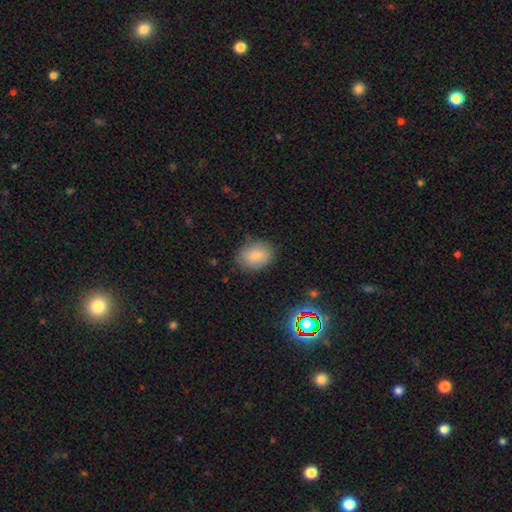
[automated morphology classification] A smooth galaxy with no disk features (82%) that is in between round and cigar-shaped (61%). Merging: none (82%).